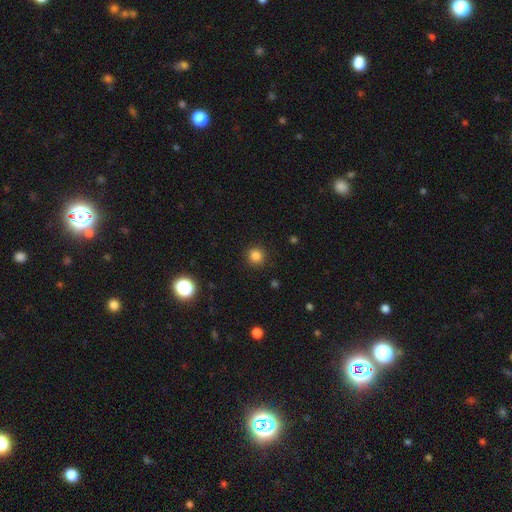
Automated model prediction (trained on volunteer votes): Smooth or featured? Predicted: smooth (p=0.84). How rounded? Predicted: round (p=0.93). Merging? Predicted: none (p=0.91).